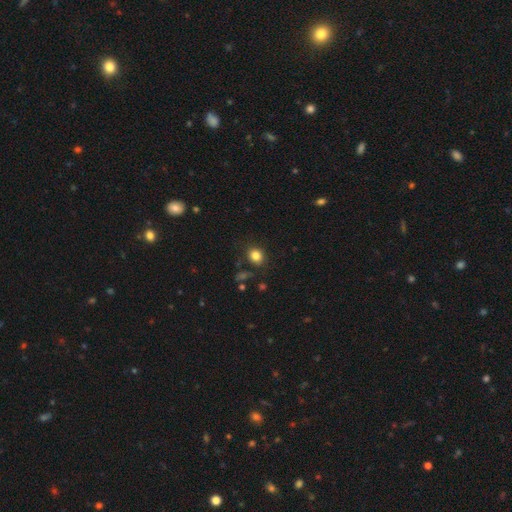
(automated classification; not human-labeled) smooth_or_featured: smooth (p=0.83) [alt: star or artifact p=0.11]
how_rounded: round (p=0.67) [alt: in between p=0.32]
merging: none (p=0.82) [alt: minor disturbance p=0.11]